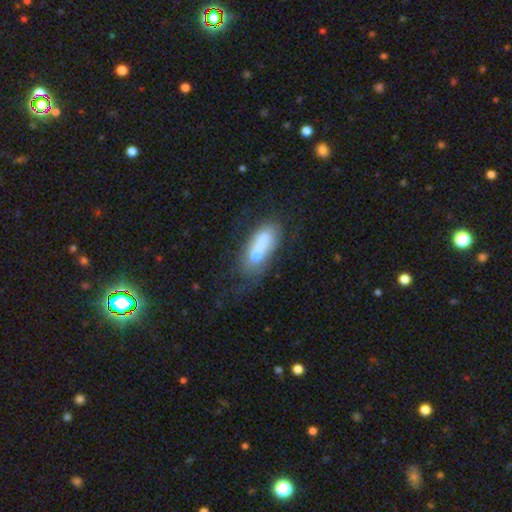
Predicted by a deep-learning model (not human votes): This appears to be a smooth galaxy with no disk features (62%) that is in between round and cigar-shaped (70%). Merging: none (32%).